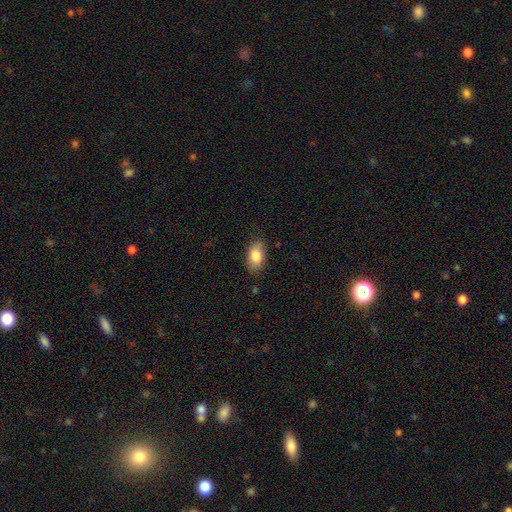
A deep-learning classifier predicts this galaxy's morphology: smooth-or-featured: smooth: 84% | featured or disk: 9% | star or artifact: 7%
  how-rounded: in between: 91% | round: 7% | cigar-shaped: 2%
  merging: none: 81% | minor disturbance: 15% | major disturbance: 3% | merger: 1%